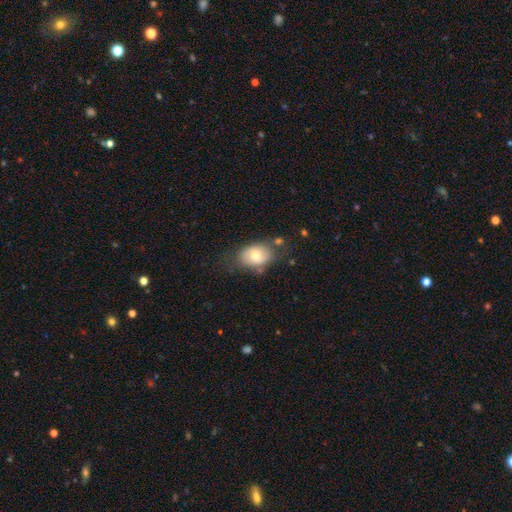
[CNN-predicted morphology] Smooth or featured? Predicted: smooth (p=0.71). How rounded? Predicted: in between (p=0.77). Merging? Predicted: none (p=0.64).